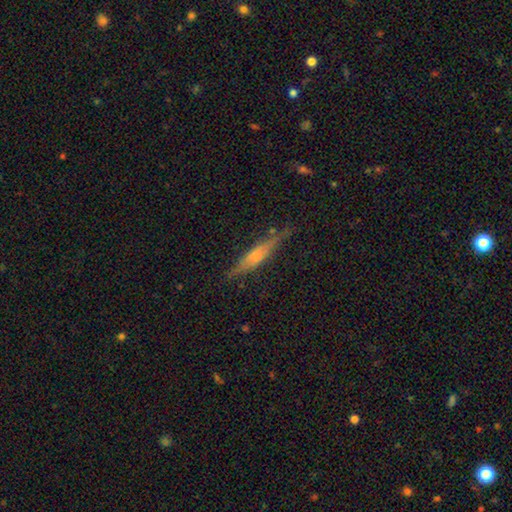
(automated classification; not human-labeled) The model was most divided on "smooth or featured": featured or disk: 62%, smooth: 30%, star or artifact: 8%. More confident: edge-on disk — yes (94%); merging — none (81%); edge-on bulge — rounded (73%).